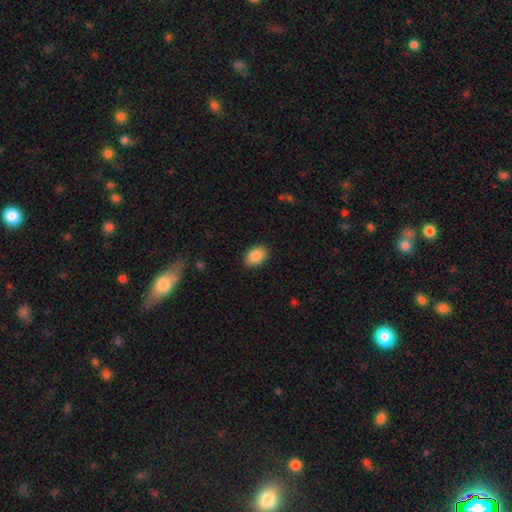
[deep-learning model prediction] Morphology: type=smooth (88%); roundness=in between (84%); merging=none (87%).